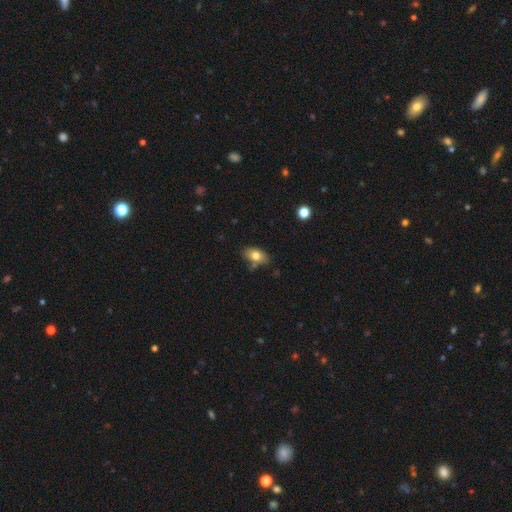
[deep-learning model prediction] Overall: smooth (76%). How rounded: in between (87%). Merging: none (65%).